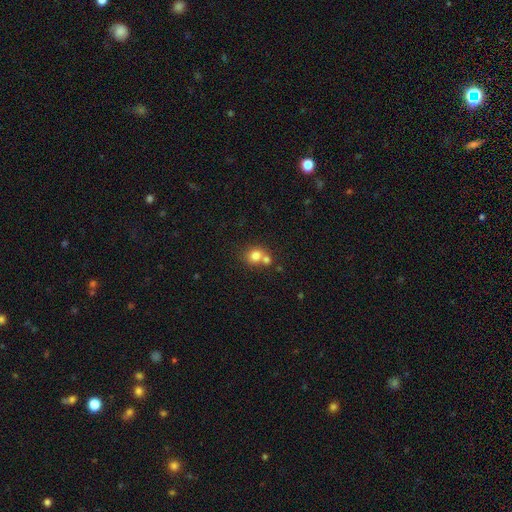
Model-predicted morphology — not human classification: A smooth galaxy with no disk features (78%) that is round (77%). Merging: merger (47%).